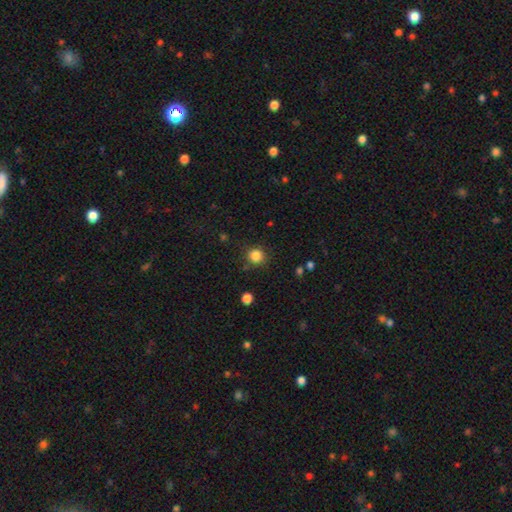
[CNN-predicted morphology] Q: Smooth or featured?
A: smooth (84%); runner-up: star or artifact (12%)
Q: How rounded?
A: round (92%); runner-up: in between (7%)
Q: Merging?
A: none (85%); runner-up: minor disturbance (9%)